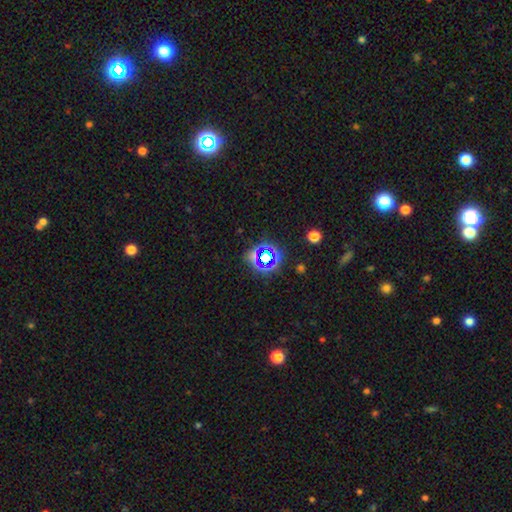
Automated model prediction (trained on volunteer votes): smooth_or_featured: star or artifact (p=0.62) [alt: smooth p=0.27]